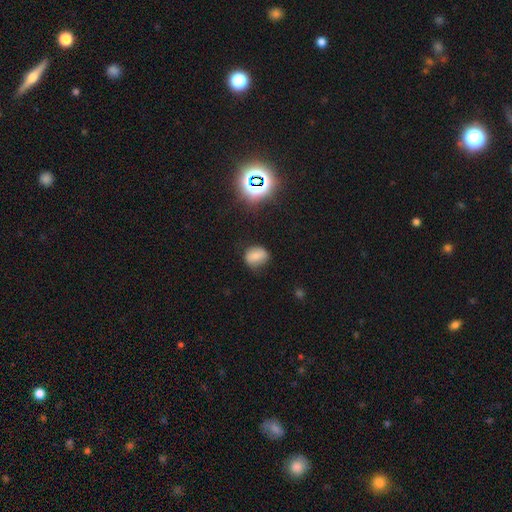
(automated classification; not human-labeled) Smooth or featured? Predicted: smooth (p=0.73). How rounded? Predicted: round (p=0.52). Merging? Predicted: none (p=0.72).